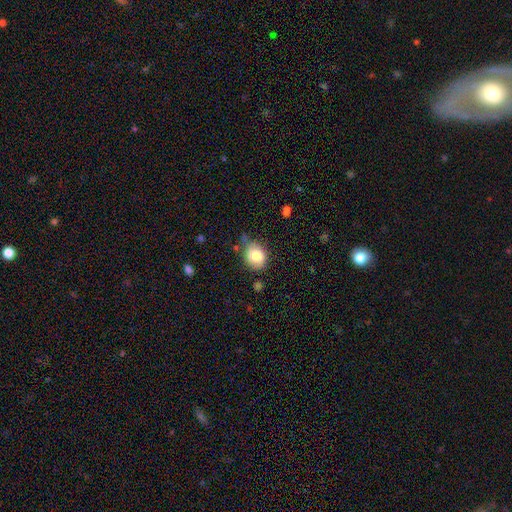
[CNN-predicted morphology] smooth_or_featured: smooth (p=0.83) [alt: featured or disk p=0.09]
how_rounded: in between (p=0.52) [alt: round p=0.47]
merging: none (p=0.66) [alt: minor disturbance p=0.24]